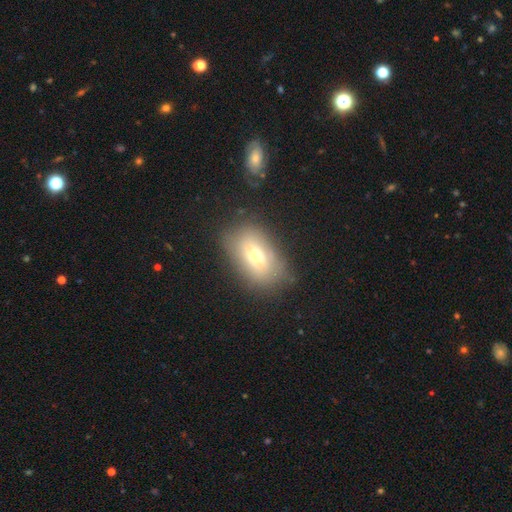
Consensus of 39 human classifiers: Smooth or featured: smooth — 51% (featured or disk — 36%)
How rounded: in between — 85% (cigar-shaped — 15%)
Merging: none — 59% (minor disturbance — 21%)